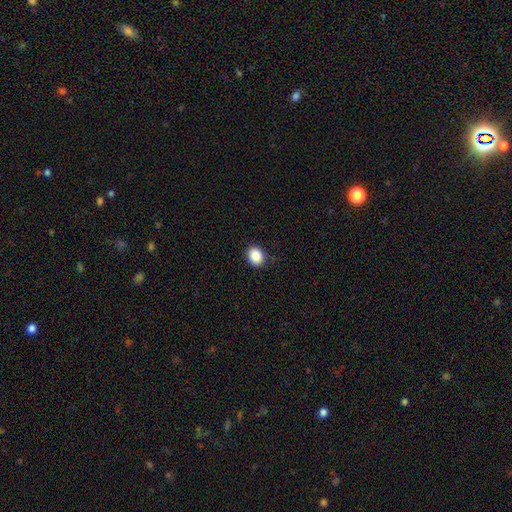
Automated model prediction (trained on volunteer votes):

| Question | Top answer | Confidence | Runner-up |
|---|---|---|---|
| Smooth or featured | smooth | 88% | star or artifact (9%) |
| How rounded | round | 56% | in between (43%) |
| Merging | none | 88% | minor disturbance (8%) |